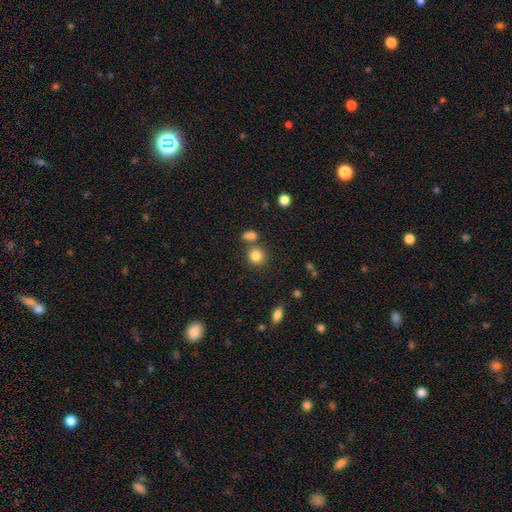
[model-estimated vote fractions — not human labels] Smooth or featured?
  - smooth: 83% *
  - star or artifact: 11%
  - featured or disk: 6%
How rounded?
  - round: 85% *
  - in between: 14%
  - cigar-shaped: 1%
Merging?
  - none: 69% *
  - merger: 17%
  - minor disturbance: 10%
  - major disturbance: 4%